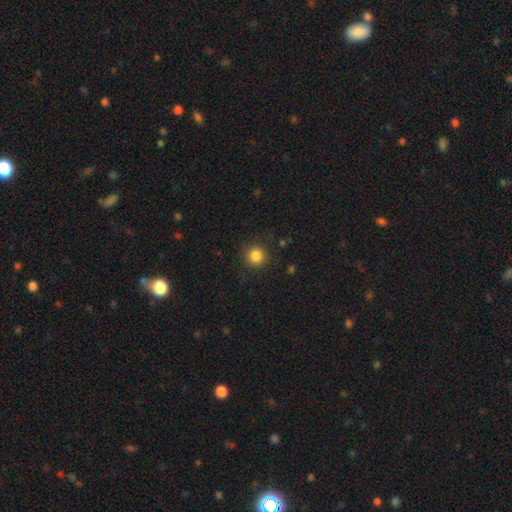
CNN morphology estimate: Smooth or featured?
  - smooth: 84% *
  - star or artifact: 12%
  - featured or disk: 4%
How rounded?
  - round: 94% *
  - in between: 5%
  - cigar-shaped: 1%
Merging?
  - none: 89% *
  - minor disturbance: 7%
  - major disturbance: 3%
  - merger: 1%